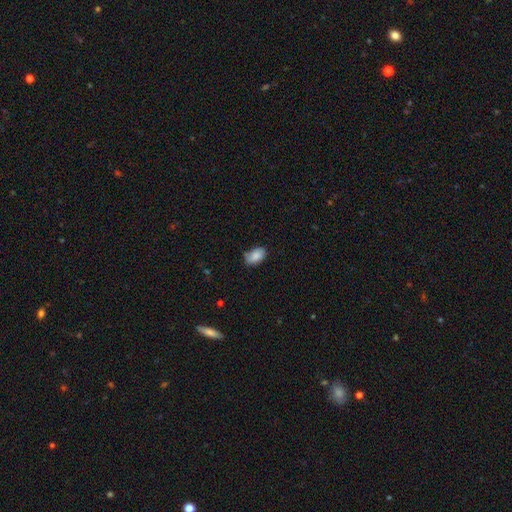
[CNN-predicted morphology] The model was most divided on "merging": none: 67%, minor disturbance: 26%, major disturbance: 4%, merger: 2%. More confident: how rounded — in between (92%); smooth or featured — smooth (85%).